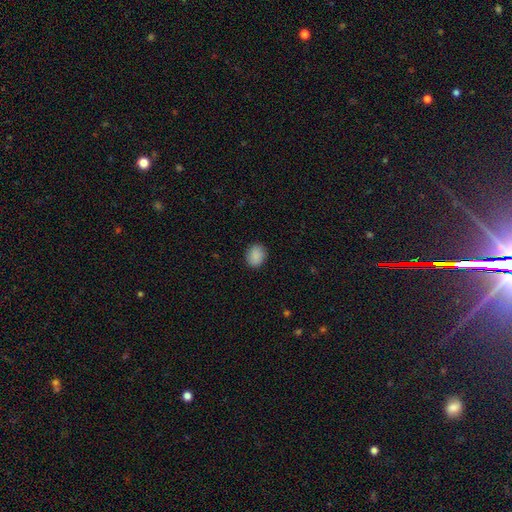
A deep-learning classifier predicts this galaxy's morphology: A smooth galaxy with no disk features (88%) that is round (53%).

Vote fractions:
- Smooth or featured? smooth: 88% / star or artifact: 8% / featured or disk: 4%
- How rounded? round: 53% / in between: 46% / cigar-shaped: 1%
- Merging? none: 88% / minor disturbance: 9% / major disturbance: 2% / merger: 1%